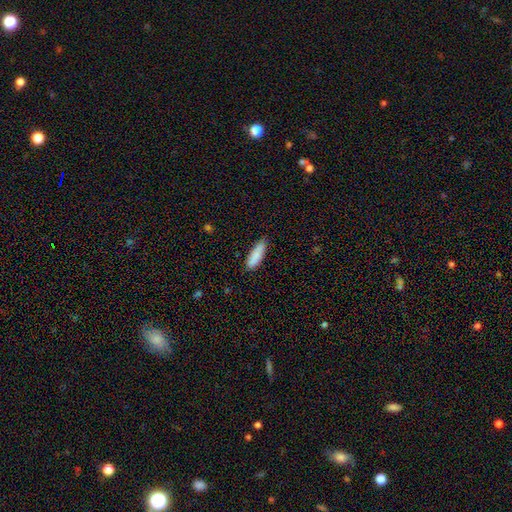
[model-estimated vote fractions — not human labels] A smooth galaxy with no disk features (86%) that is in between round and cigar-shaped (53%).

Vote fractions:
- Smooth or featured? smooth: 86% / featured or disk: 8% / star or artifact: 6%
- How rounded? in between: 53% / cigar-shaped: 46% / round: 2%
- Merging? none: 76% / minor disturbance: 20% / major disturbance: 3% / merger: 1%